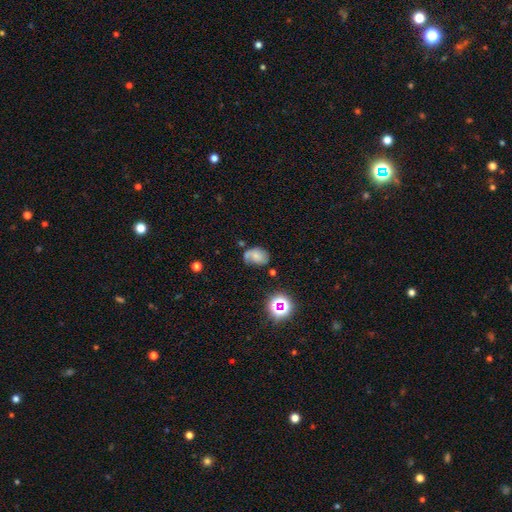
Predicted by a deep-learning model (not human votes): Smooth or featured? smooth (52%)
How rounded? in between (72%)
Merging? none (43%)